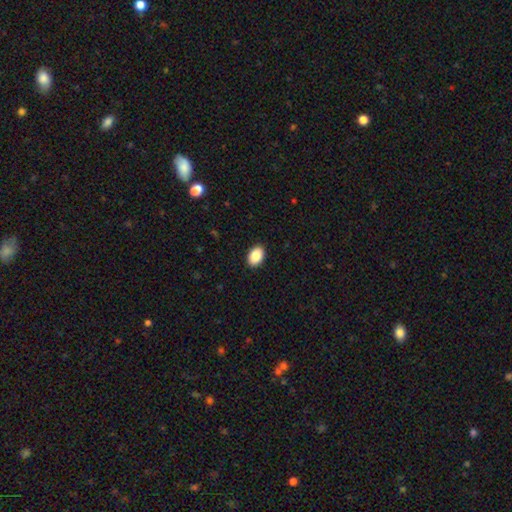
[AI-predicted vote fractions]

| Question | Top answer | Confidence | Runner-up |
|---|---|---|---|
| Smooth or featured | smooth | 88% | star or artifact (7%) |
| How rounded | in between | 87% | round (12%) |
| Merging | none | 91% | minor disturbance (6%) |